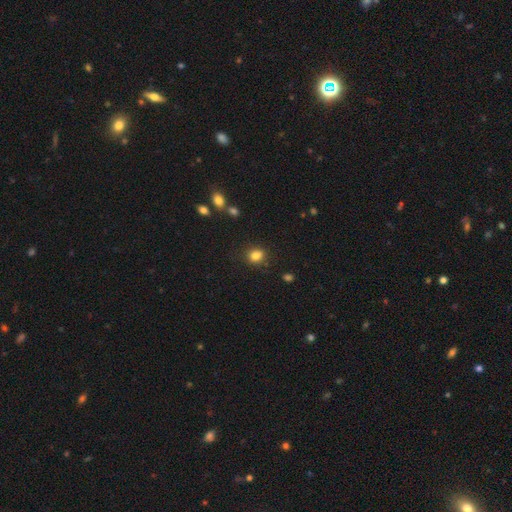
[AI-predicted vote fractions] Smooth or featured: smooth — 83% (star or artifact — 12%)
How rounded: round — 65% (in between — 34%)
Merging: none — 83% (minor disturbance — 11%)